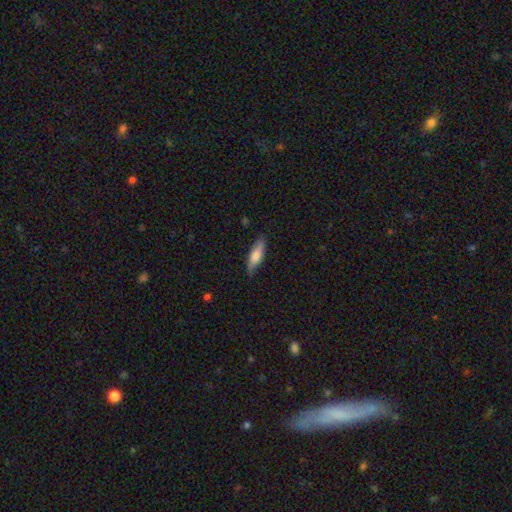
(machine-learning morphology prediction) type=smooth (68%); roundness=cigar-shaped (51%); merging=none (80%).